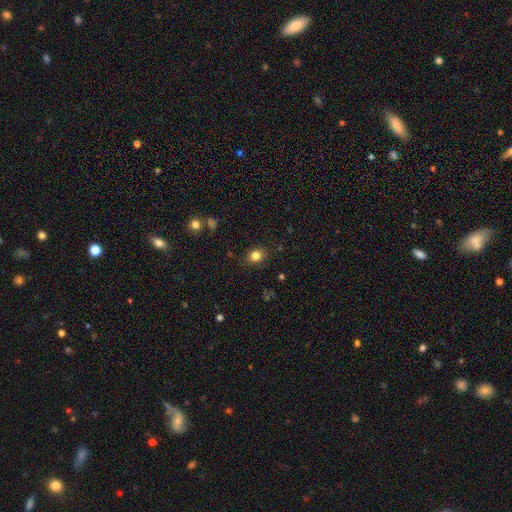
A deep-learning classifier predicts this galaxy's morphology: smooth_or_featured: smooth (p=0.82) [alt: star or artifact p=0.12]
how_rounded: round (p=0.64) [alt: in between p=0.35]
merging: none (p=0.86) [alt: minor disturbance p=0.10]